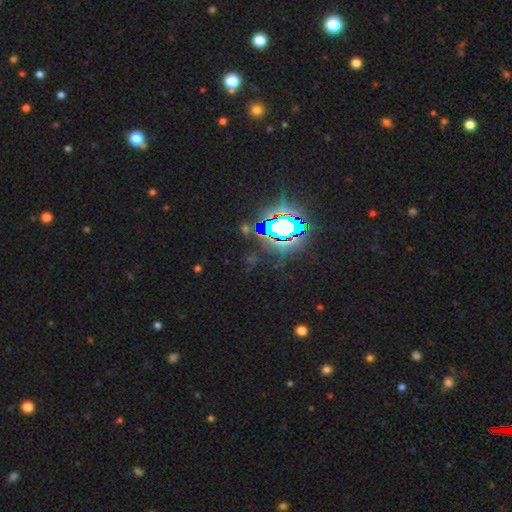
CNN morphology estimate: type=star or artifact (83%).